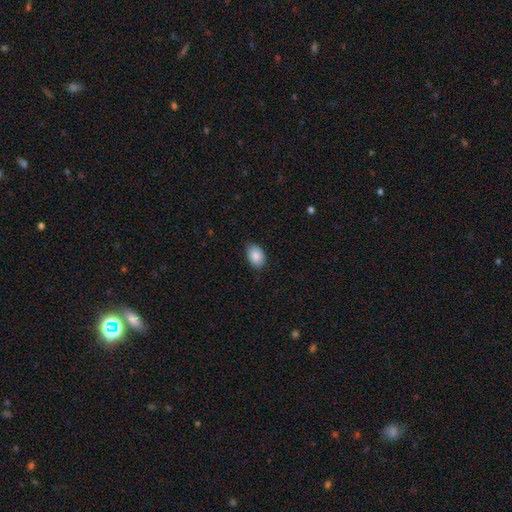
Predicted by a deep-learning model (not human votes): Overall: smooth (87%). How rounded: in between (87%). Merging: none (80%).